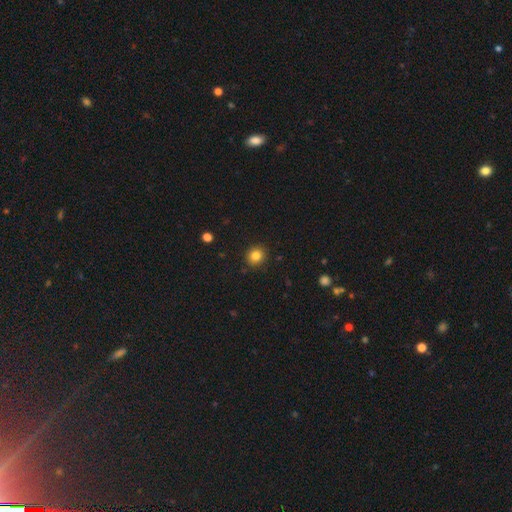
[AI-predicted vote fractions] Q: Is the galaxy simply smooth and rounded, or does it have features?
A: smooth — 83%.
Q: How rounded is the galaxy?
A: round — 81%.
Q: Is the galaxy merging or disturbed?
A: none — 90%.